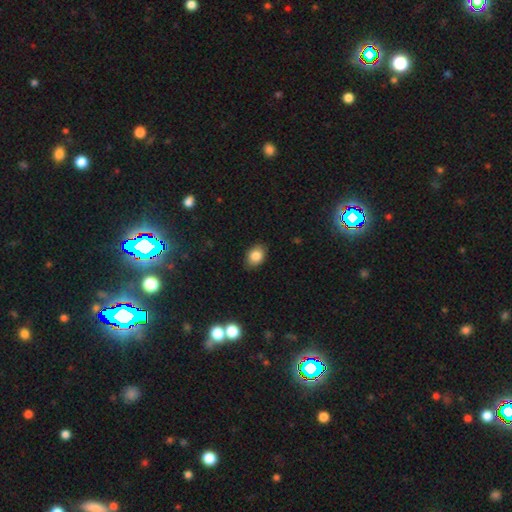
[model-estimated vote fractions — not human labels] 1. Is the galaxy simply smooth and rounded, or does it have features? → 84% smooth, 9% star or artifact, 7% featured or disk.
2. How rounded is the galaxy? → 70% in between, 29% round, 1% cigar-shaped.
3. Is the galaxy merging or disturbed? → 86% none, 11% minor disturbance, 2% major disturbance, 1% merger.